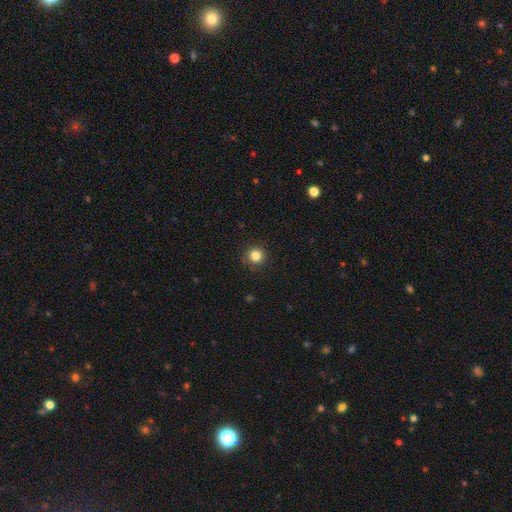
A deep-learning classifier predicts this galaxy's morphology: smooth 84%, star or artifact 12%, featured or disk 4%. Down the decision tree: how rounded — round (95%); merging — none (90%).